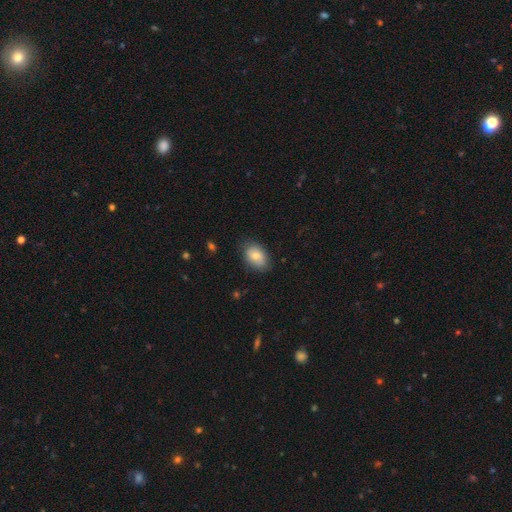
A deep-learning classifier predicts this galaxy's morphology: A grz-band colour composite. It shows a smooth galaxy with no disk features (75%) that is in between round and cigar-shaped (81%). Merging: none (77%).